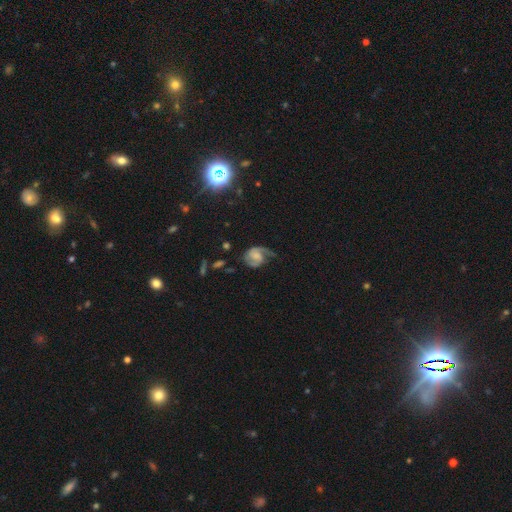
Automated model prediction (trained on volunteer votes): smooth_or_featured: featured or disk (p=0.77) [alt: smooth p=0.16]
disk_edge_on: no (p=0.98) [alt: yes p=0.02]
bar: no (p=0.49) [alt: weak p=0.40]
has_spiral_arms: yes (p=0.94) [alt: no p=0.06]
spiral_winding: medium (p=0.46) [alt: loose p=0.29]
spiral_arm_count: 2 (p=0.72) [alt: 1 p=0.20]
bulge_size: none (p=0.39) [alt: small p=0.23]
merging: none (p=0.52) [alt: minor disturbance p=0.24]